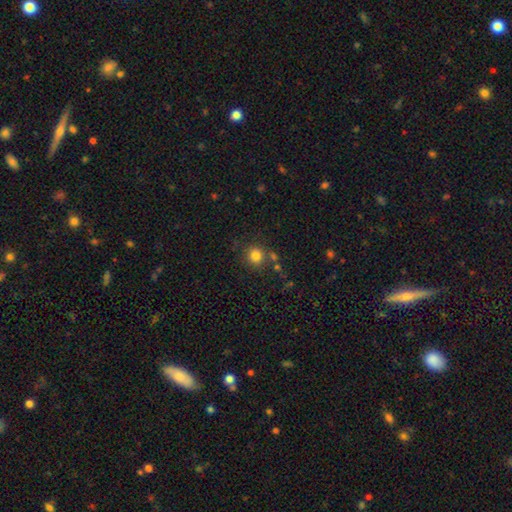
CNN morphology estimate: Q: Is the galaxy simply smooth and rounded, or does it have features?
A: smooth — 81%.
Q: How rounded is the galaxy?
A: round — 91%.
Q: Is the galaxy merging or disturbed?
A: none — 76%.